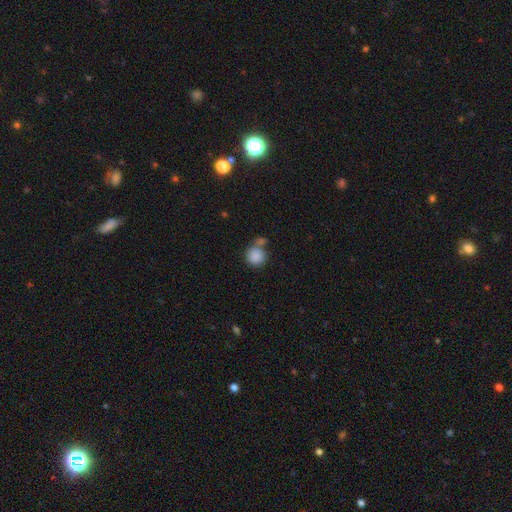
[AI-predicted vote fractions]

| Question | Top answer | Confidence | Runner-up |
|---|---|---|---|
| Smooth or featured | smooth | 87% | star or artifact (8%) |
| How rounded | round | 90% | in between (9%) |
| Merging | none | 58% | merger (26%) |